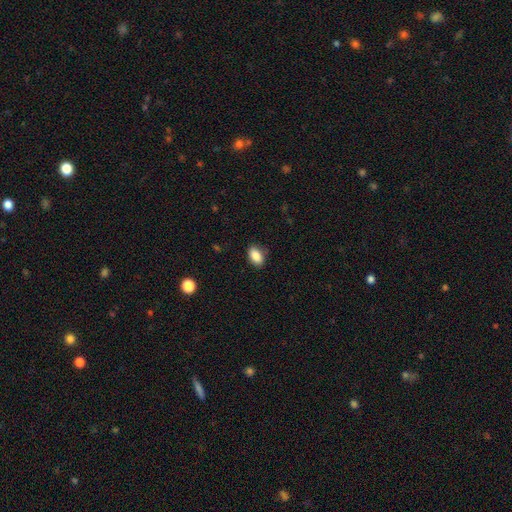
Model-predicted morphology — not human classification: Smooth or featured: smooth — 87% (star or artifact — 8%)
How rounded: in between — 90% (round — 8%)
Merging: none — 86% (minor disturbance — 11%)